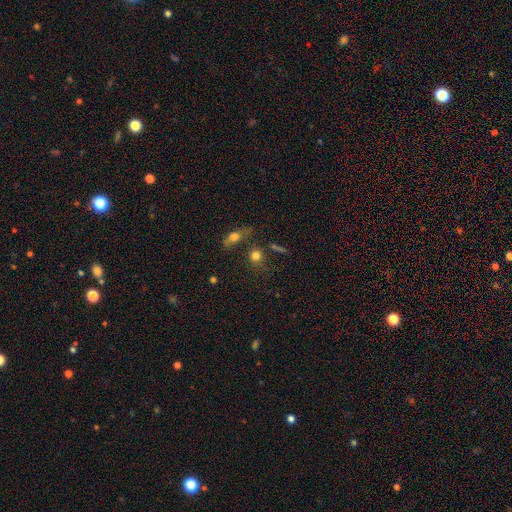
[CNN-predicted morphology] smooth 75%, star or artifact 14%, featured or disk 11%. Down the decision tree: how rounded — round (77%); merging — none (66%).